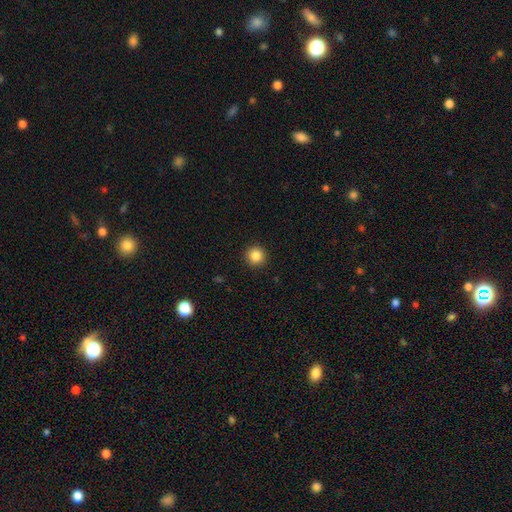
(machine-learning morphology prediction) Q: Smooth or featured?
A: smooth (85%); runner-up: star or artifact (11%)
Q: How rounded?
A: round (95%); runner-up: in between (4%)
Q: Merging?
A: none (93%); runner-up: minor disturbance (5%)